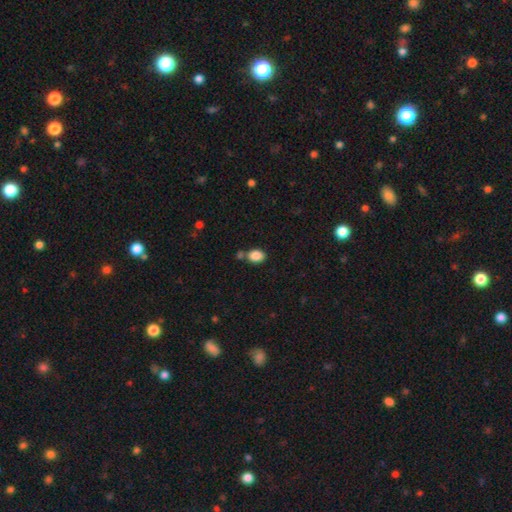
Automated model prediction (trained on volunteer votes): Q: Smooth or featured?
A: smooth (87%); runner-up: star or artifact (9%)
Q: How rounded?
A: in between (69%); runner-up: round (30%)
Q: Merging?
A: none (63%); runner-up: merger (21%)